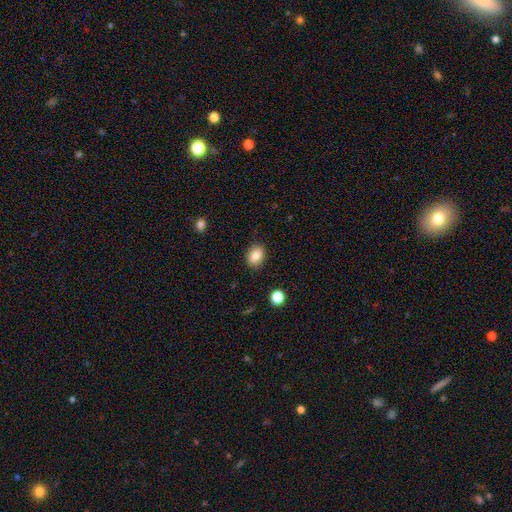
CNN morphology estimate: Smooth or featured? Predicted: smooth (p=0.82). How rounded? Predicted: in between (p=0.60). Merging? Predicted: none (p=0.88).